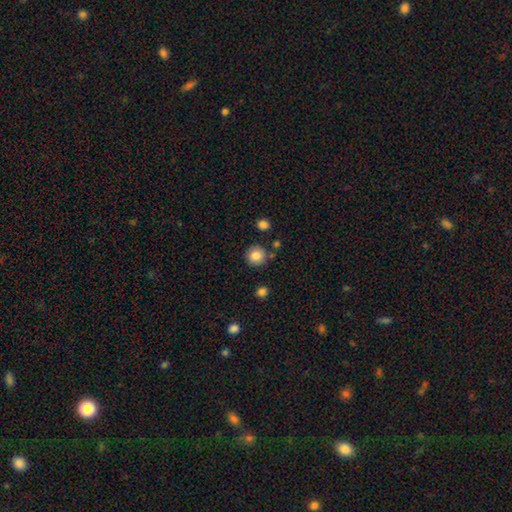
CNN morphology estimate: smooth 84%, star or artifact 10%, featured or disk 6%. Down the decision tree: how rounded — round (93%); merging — none (85%).